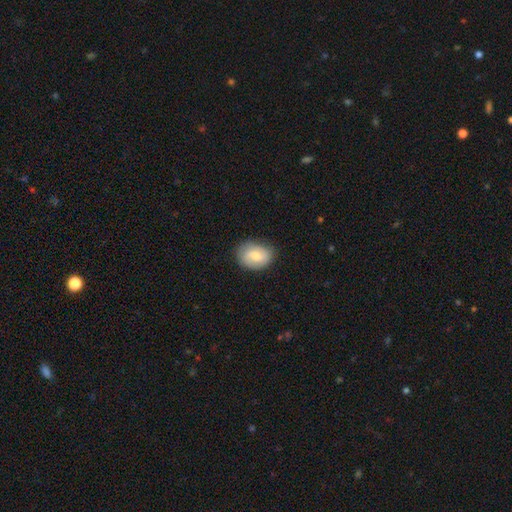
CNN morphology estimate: smooth_or_featured: smooth (p=0.67) [alt: featured or disk p=0.26]
how_rounded: in between (p=0.67) [alt: round p=0.32]
merging: none (p=0.80) [alt: minor disturbance p=0.15]